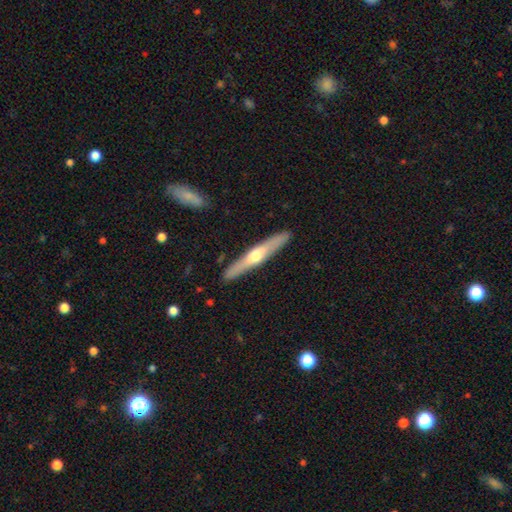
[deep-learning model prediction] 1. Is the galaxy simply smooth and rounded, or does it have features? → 62% featured or disk, 33% smooth, 5% star or artifact.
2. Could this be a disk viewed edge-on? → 95% yes, 5% no.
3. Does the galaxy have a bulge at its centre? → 89% rounded, 8% none, 3% boxy.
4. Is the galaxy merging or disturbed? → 91% none, 7% minor disturbance, 1% major disturbance, 1% merger.